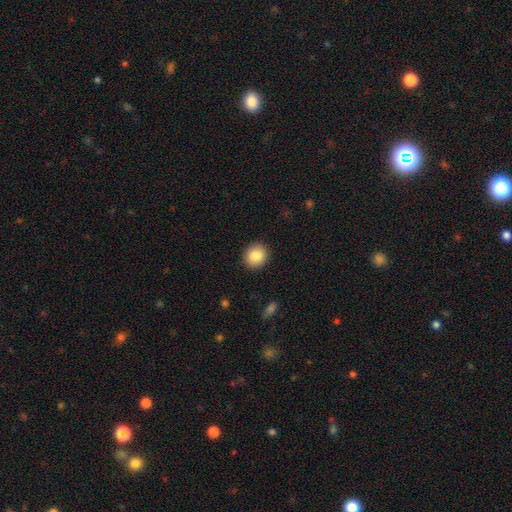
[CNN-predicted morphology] smooth-or-featured: smooth: 86% | star or artifact: 8% | featured or disk: 6%
  how-rounded: round: 83% | in between: 16% | cigar-shaped: 1%
  merging: none: 91% | minor disturbance: 6% | major disturbance: 2% | merger: 1%